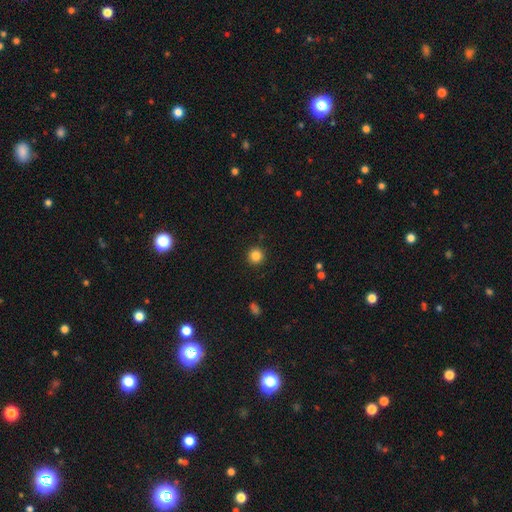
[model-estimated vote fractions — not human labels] Smooth or featured? Predicted: smooth (p=0.85). How rounded? Predicted: round (p=0.95). Merging? Predicted: none (p=0.92).